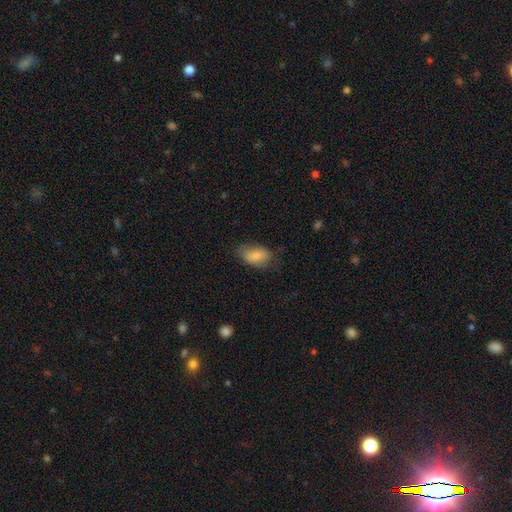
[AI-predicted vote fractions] Smooth or featured? smooth (78%)
How rounded? in between (90%)
Merging? none (63%)